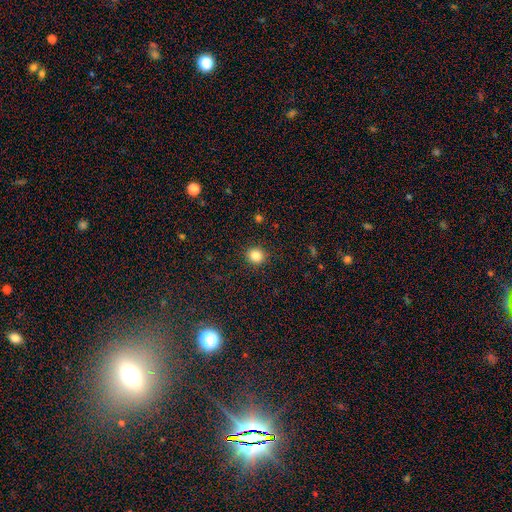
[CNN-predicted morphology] The model was most divided on "smooth or featured": smooth: 84%, star or artifact: 12%, featured or disk: 5%. More confident: merging — none (91%); how rounded — round (88%).